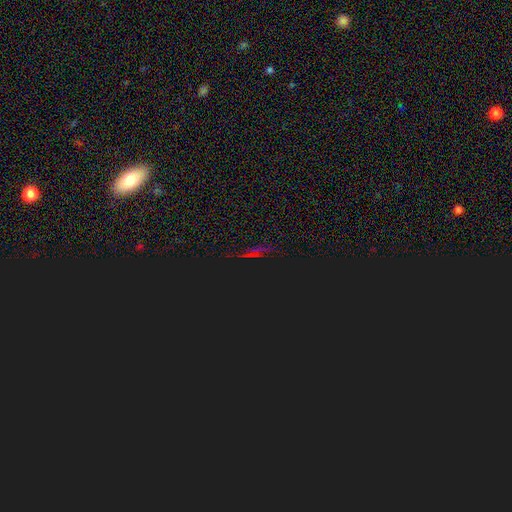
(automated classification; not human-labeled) smooth_or_featured: star or artifact (p=0.80) [alt: smooth p=0.12]